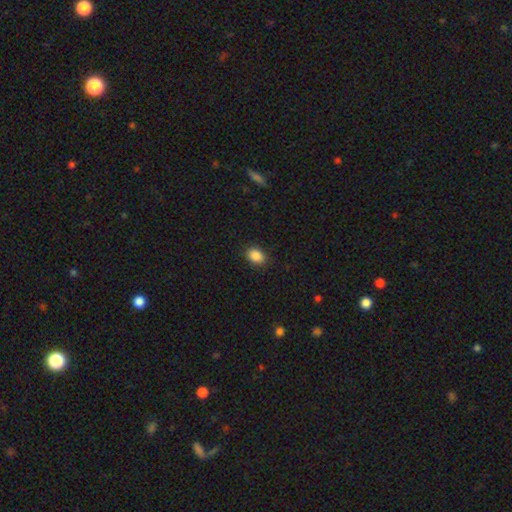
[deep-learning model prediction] This appears to be a smooth galaxy with no disk features (88%) that is in between round and cigar-shaped (70%). Merging: none (87%).